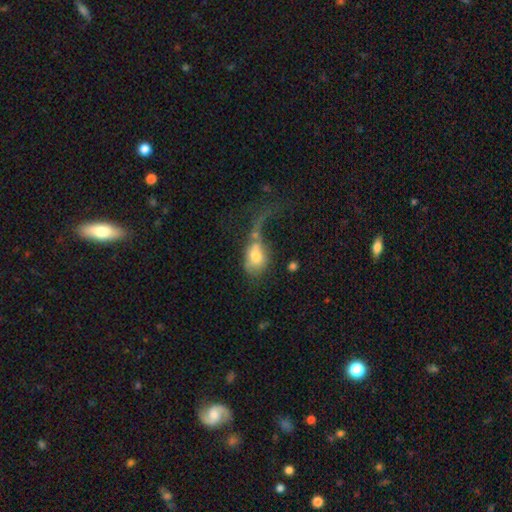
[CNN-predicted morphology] A smooth galaxy with no disk features (66%) that is in between round and cigar-shaped (76%). Merging: major disturbance (44%).